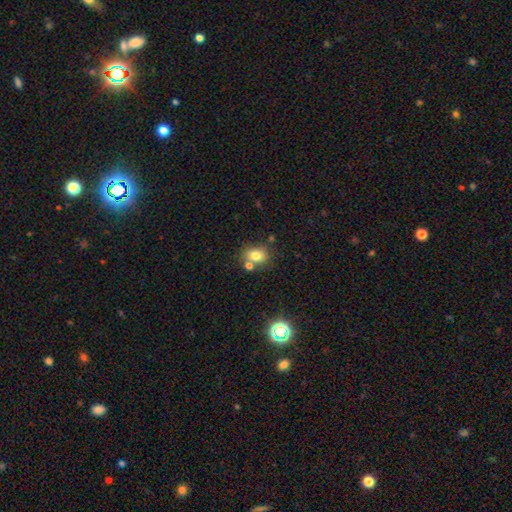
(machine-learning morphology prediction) A smooth galaxy with no disk features (77%) that is in between round and cigar-shaped (63%).

Vote fractions:
- Smooth or featured? smooth: 77% / star or artifact: 12% / featured or disk: 10%
- How rounded? in between: 63% / round: 36% / cigar-shaped: 1%
- Merging? none: 64% / merger: 20% / minor disturbance: 13% / major disturbance: 4%